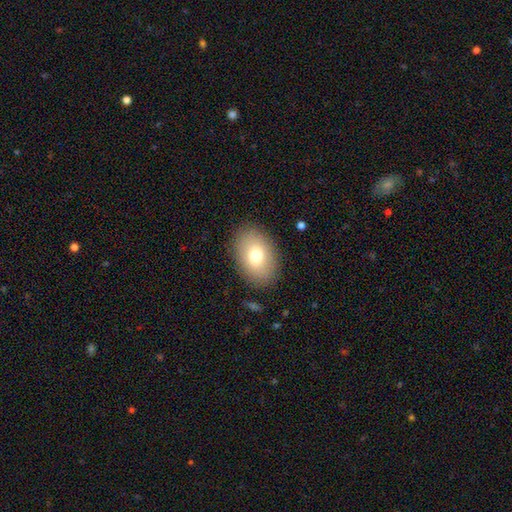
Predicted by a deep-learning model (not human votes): This appears to be a smooth galaxy with no disk features (75%) that is in between round and cigar-shaped (84%). Merging: none (86%).